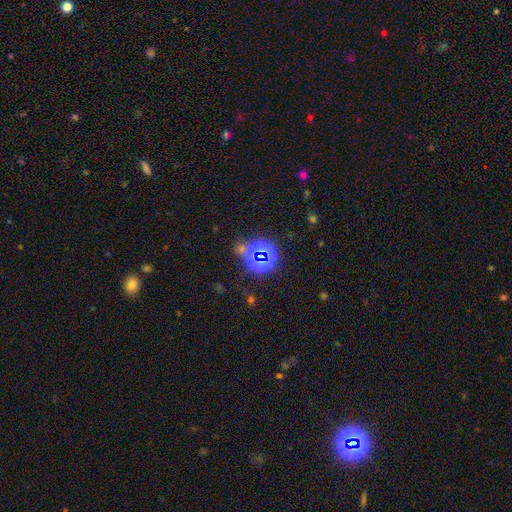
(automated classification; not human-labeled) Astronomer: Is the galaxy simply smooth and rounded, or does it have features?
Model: star or artifact — 75%.